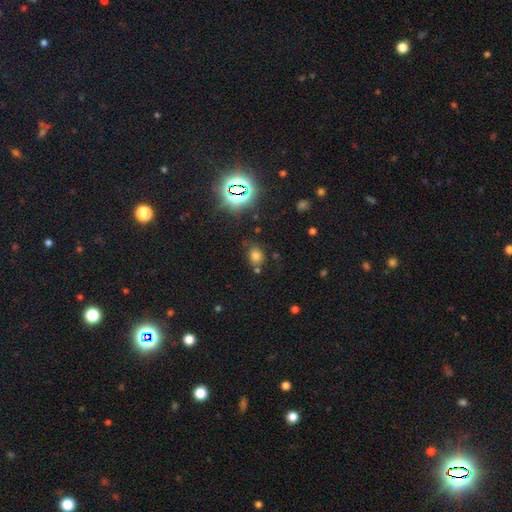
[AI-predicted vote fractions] This is likely a smooth galaxy (67%). How rounded: possibly round (52%). Merging: likely none (68%).